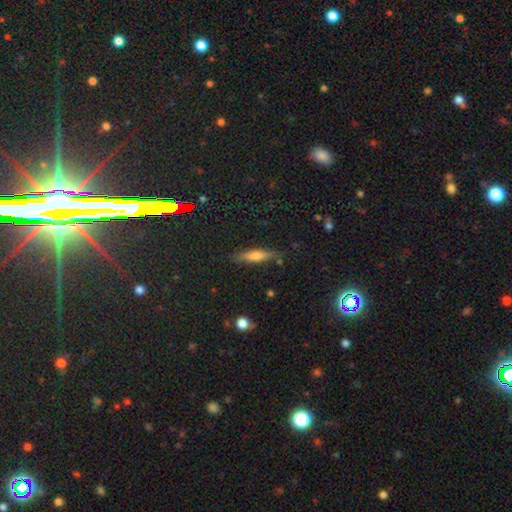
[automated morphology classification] smooth_or_featured: smooth (p=0.57) [alt: featured or disk p=0.33]
how_rounded: cigar-shaped (p=0.78) [alt: in between p=0.19]
merging: none (p=0.84) [alt: minor disturbance p=0.11]